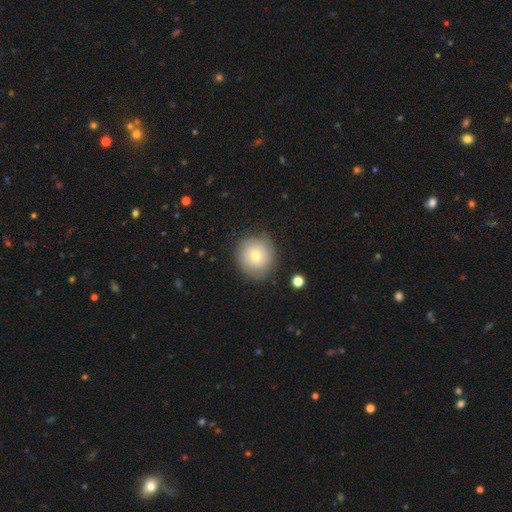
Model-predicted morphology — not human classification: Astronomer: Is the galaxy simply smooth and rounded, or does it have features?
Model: smooth — 63%.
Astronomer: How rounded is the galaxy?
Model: round — 92%.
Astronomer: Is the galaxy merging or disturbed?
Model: none — 82%.